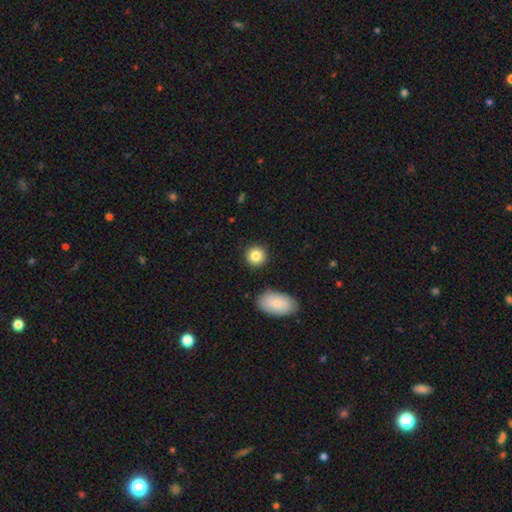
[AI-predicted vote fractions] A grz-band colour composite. It shows a smooth galaxy with no disk features (85%) that is round (90%). Merging: none (88%).